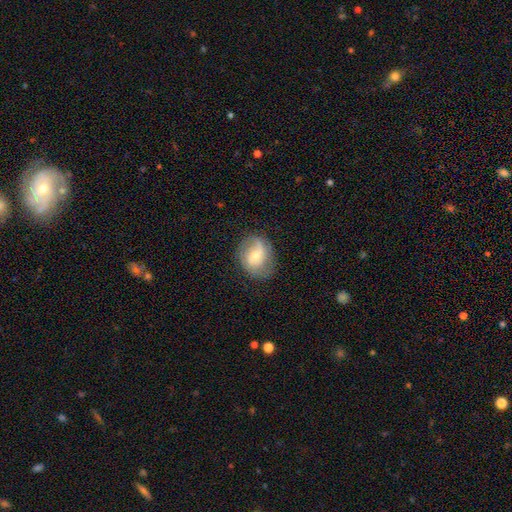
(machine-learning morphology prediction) Smooth or featured? Predicted: featured or disk (p=0.62). Edge-on disk? Predicted: no (p=0.97). Bar? Predicted: no (p=0.51). Spiral arms? Predicted: yes (p=0.85). Spiral winding? Predicted: medium (p=0.43). Spiral arm count? Predicted: 2 (p=0.63). Bulge size? Predicted: small (p=0.49). Merging? Predicted: none (p=0.70).